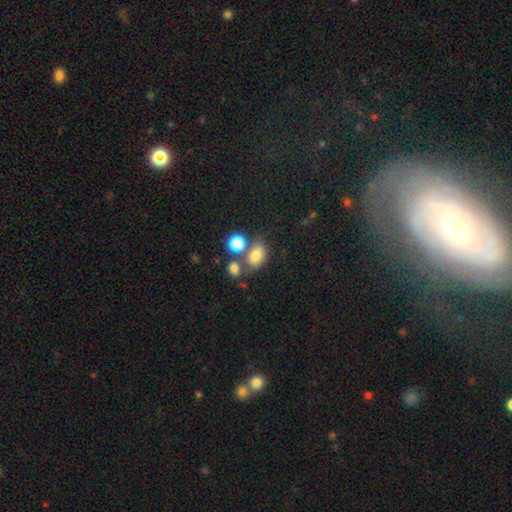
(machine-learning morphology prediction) smooth 77%, star or artifact 13%, featured or disk 10%. Down the decision tree: how rounded — in between (75%); merging — none (54%).